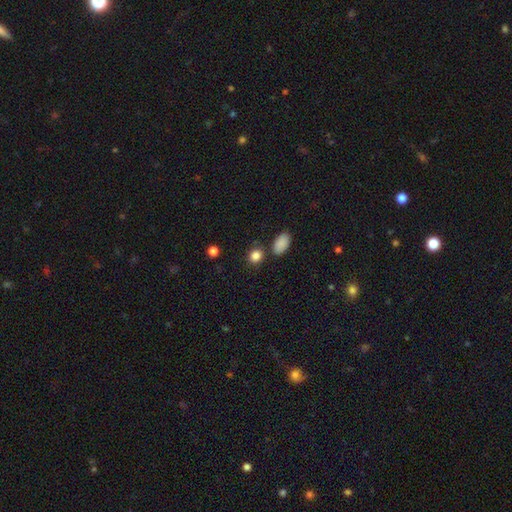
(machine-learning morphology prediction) Smooth or featured? smooth (86%)
How rounded? round (68%)
Merging? none (78%)